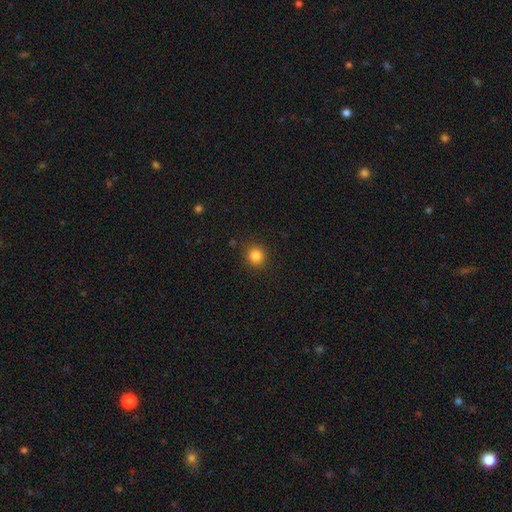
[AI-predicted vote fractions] Morphology: type=smooth (84%); roundness=round (90%); merging=none (89%).